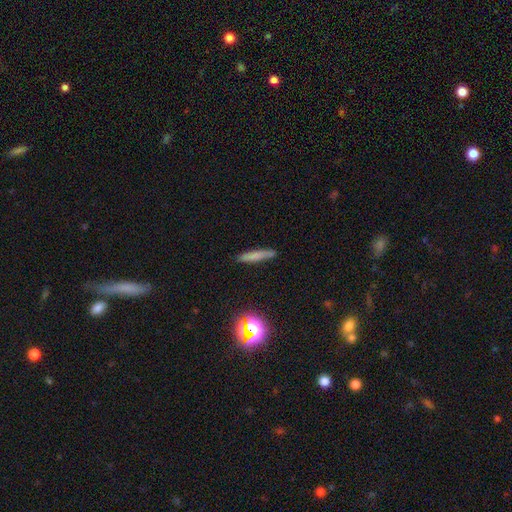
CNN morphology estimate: Smooth or featured? Predicted: smooth (p=0.70). How rounded? Predicted: cigar-shaped (p=0.90). Merging? Predicted: none (p=0.83).